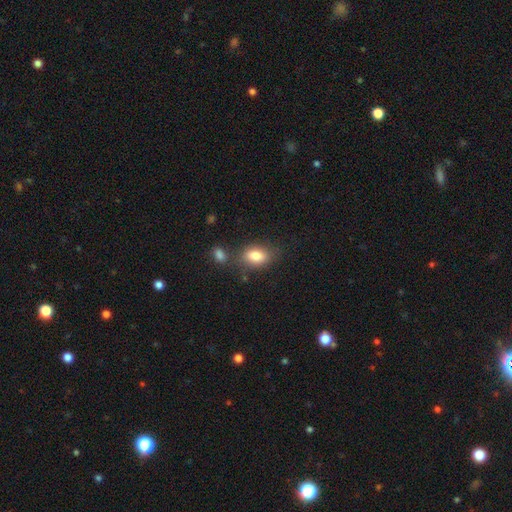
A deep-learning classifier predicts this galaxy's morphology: This appears to be a smooth galaxy with no disk features (82%) that is in between round and cigar-shaped (84%). Merging: none (67%).